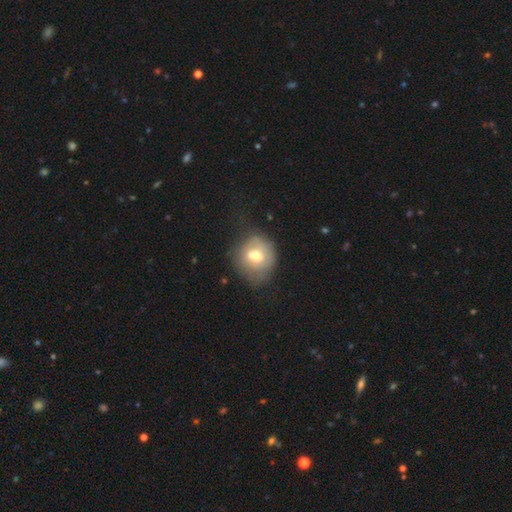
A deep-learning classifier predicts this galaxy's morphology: smooth-or-featured: smooth: 63% | featured or disk: 27% | star or artifact: 10%
  how-rounded: round: 78% | in between: 21% | cigar-shaped: 1%
  merging: none: 52% | minor disturbance: 28% | major disturbance: 14% | merger: 6%